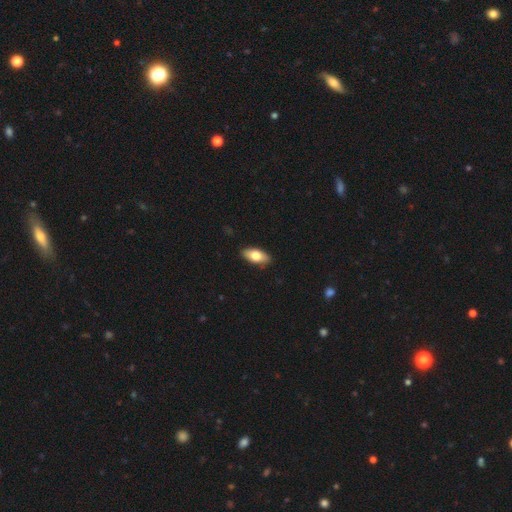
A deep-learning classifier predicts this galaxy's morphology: smooth-or-featured: smooth: 76% | featured or disk: 18% | star or artifact: 6%
  how-rounded: in between: 89% | cigar-shaped: 8% | round: 3%
  merging: none: 88% | minor disturbance: 10% | major disturbance: 2% | merger: 1%